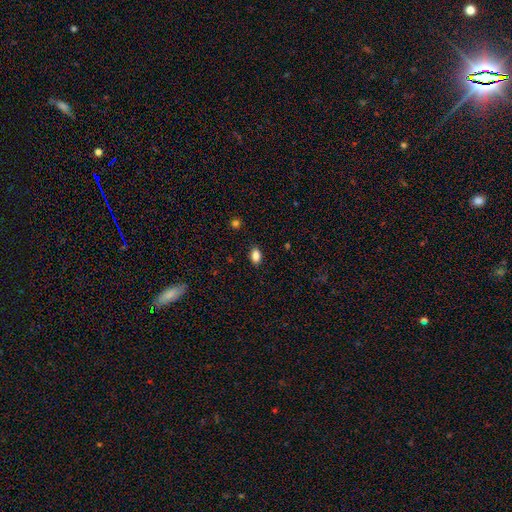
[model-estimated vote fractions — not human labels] Smooth or featured: smooth — 86% (star or artifact — 10%)
How rounded: in between — 85% (round — 13%)
Merging: none — 88% (minor disturbance — 9%)